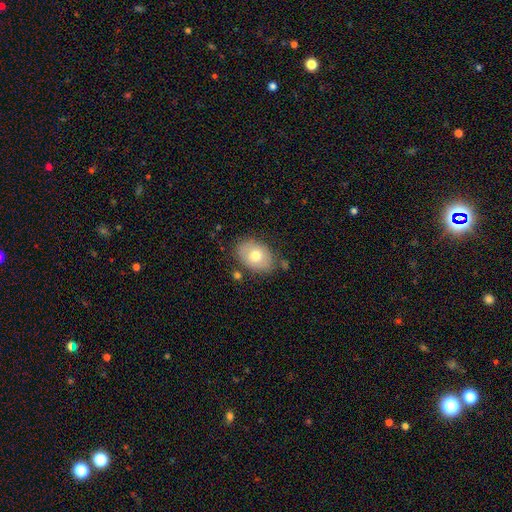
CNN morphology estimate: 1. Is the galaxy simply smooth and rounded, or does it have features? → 71% smooth, 22% featured or disk, 7% star or artifact.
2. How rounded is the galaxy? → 77% in between, 22% round, 1% cigar-shaped.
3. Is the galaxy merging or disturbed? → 76% none, 16% minor disturbance, 4% major disturbance, 4% merger.